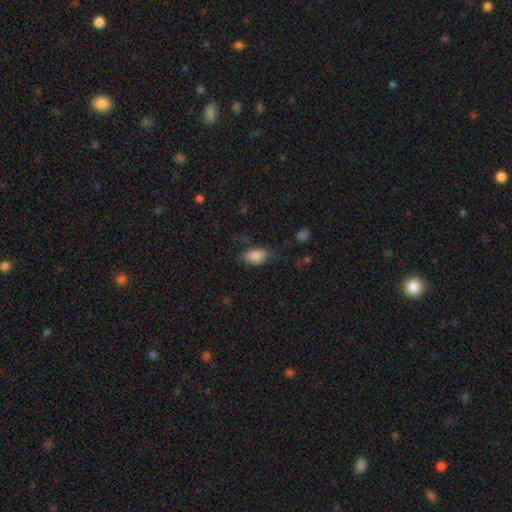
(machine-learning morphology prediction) smooth-or-featured: smooth: 85% | star or artifact: 8% | featured or disk: 7%
  how-rounded: in between: 91% | round: 6% | cigar-shaped: 3%
  merging: none: 61% | minor disturbance: 27% | major disturbance: 10% | merger: 2%